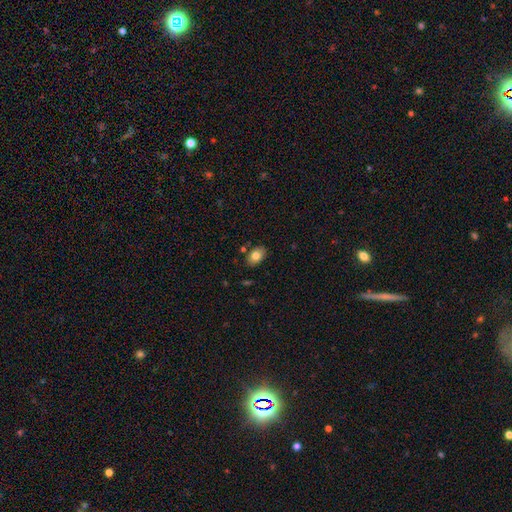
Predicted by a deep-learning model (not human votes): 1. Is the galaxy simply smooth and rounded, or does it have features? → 80% smooth, 12% featured or disk, 8% star or artifact.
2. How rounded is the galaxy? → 83% in between, 16% round, 1% cigar-shaped.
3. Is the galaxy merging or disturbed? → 82% none, 12% minor disturbance, 4% merger, 2% major disturbance.